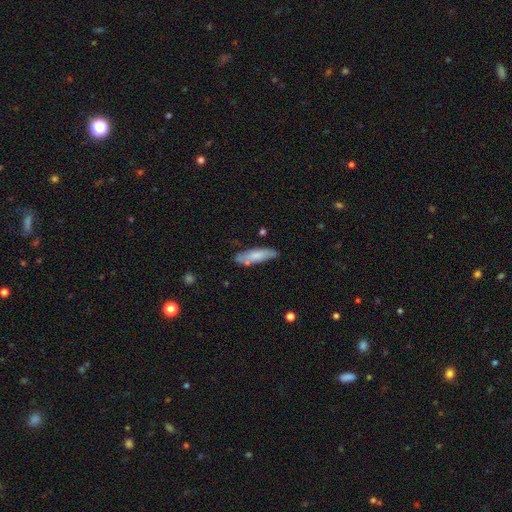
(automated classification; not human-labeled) Smooth or featured? smooth (73%)
How rounded? cigar-shaped (60%)
Merging? none (68%)